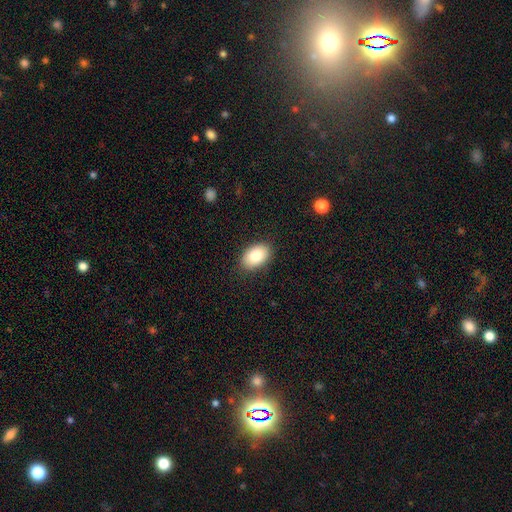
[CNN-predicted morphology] This appears to be a smooth galaxy with no disk features (85%) that is in between round and cigar-shaped (90%). Merging: none (87%).